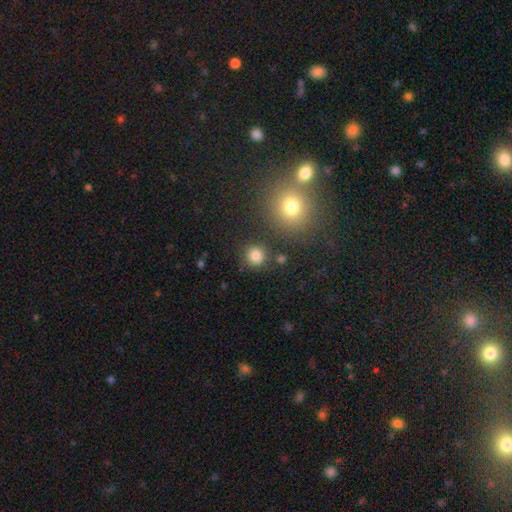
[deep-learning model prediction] smooth-or-featured: smooth: 82% | star or artifact: 13% | featured or disk: 5%
  how-rounded: round: 92% | in between: 7% | cigar-shaped: 1%
  merging: none: 85% | minor disturbance: 7% | merger: 5% | major disturbance: 3%